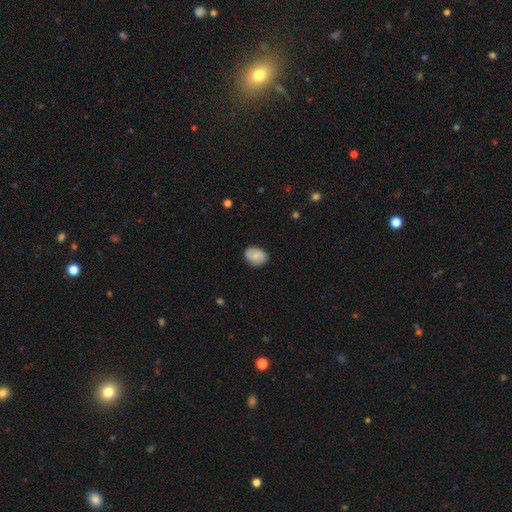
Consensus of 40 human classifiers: This appears to be a smooth galaxy with no disk features (55%) that is in between round and cigar-shaped (59%). Merging: none (70%).